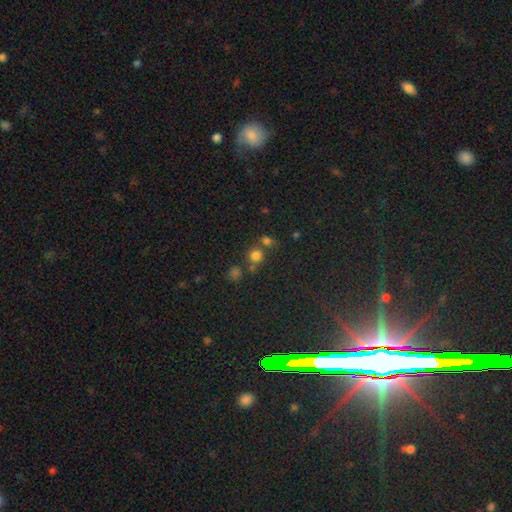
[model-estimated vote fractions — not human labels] smooth_or_featured: smooth (p=0.74) [alt: star or artifact p=0.20]
how_rounded: round (p=0.87) [alt: in between p=0.12]
merging: none (p=0.64) [alt: merger p=0.24]